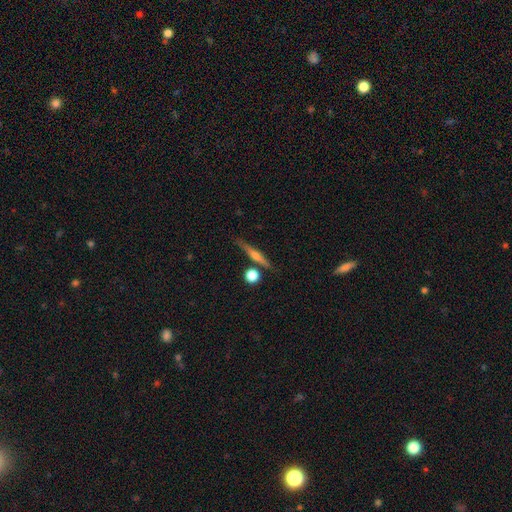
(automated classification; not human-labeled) A featured or disk galaxy (64%) viewed edge-on (96%) with a rounded central bulge (87%). Merging: none (80%).